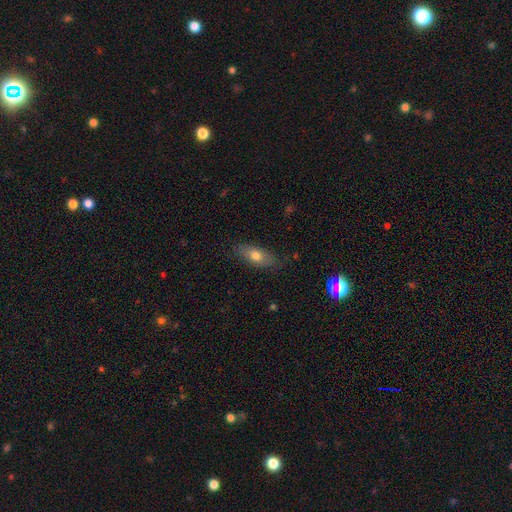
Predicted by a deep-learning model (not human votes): Q: Smooth or featured?
A: smooth (71%); runner-up: featured or disk (21%)
Q: How rounded?
A: in between (78%); runner-up: cigar-shaped (17%)
Q: Merging?
A: none (80%); runner-up: minor disturbance (15%)